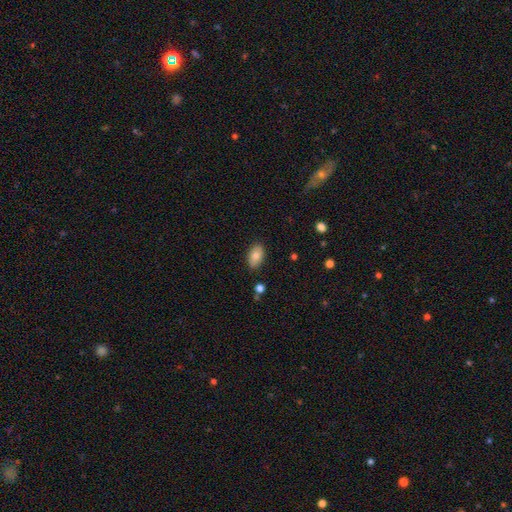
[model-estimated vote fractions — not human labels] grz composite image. It shows a smooth galaxy with no disk features (80%) that is in between round and cigar-shaped (92%). Merging: none (86%).